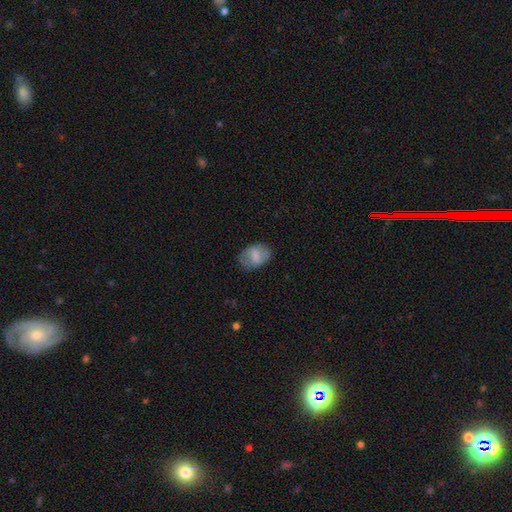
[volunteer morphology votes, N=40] This appears to be a smooth galaxy with no disk features (62%) that is in between round and cigar-shaped (72%). Merging: none (74%).